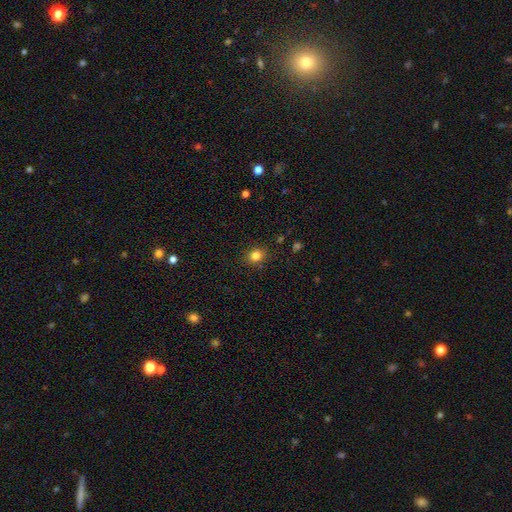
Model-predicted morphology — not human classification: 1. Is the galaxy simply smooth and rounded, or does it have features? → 82% smooth, 13% star or artifact, 5% featured or disk.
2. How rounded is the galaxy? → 67% round, 32% in between, 1% cigar-shaped.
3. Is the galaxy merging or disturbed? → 88% none, 8% minor disturbance, 2% major disturbance, 1% merger.